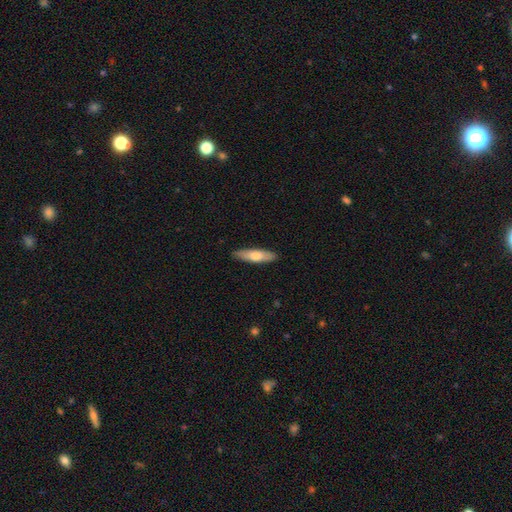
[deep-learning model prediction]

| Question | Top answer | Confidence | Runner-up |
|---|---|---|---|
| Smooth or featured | smooth | 67% | featured or disk (28%) |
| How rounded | cigar-shaped | 62% | in between (36%) |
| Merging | none | 88% | minor disturbance (9%) |